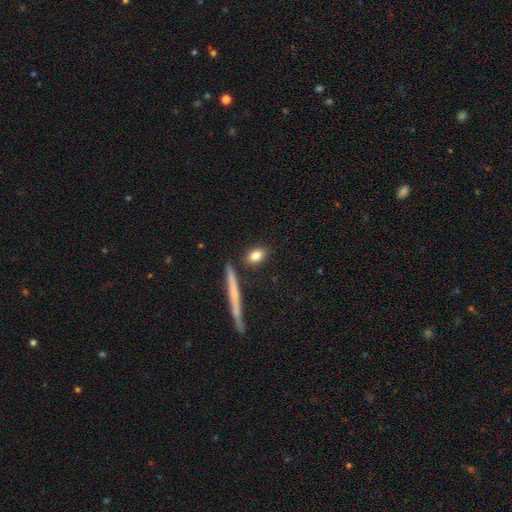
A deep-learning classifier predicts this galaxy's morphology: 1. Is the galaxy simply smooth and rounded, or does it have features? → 82% smooth, 11% featured or disk, 7% star or artifact.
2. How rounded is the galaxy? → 76% in between, 14% round, 10% cigar-shaped.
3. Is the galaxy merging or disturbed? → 84% none, 9% minor disturbance, 4% merger, 2% major disturbance.